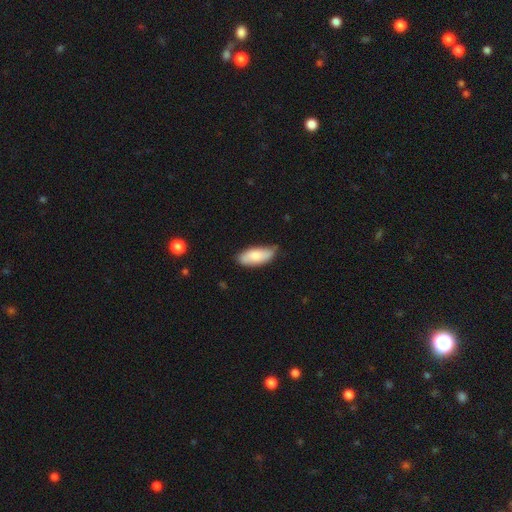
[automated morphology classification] Overall: smooth (80%). How rounded: in between (82%). Merging: none (70%).